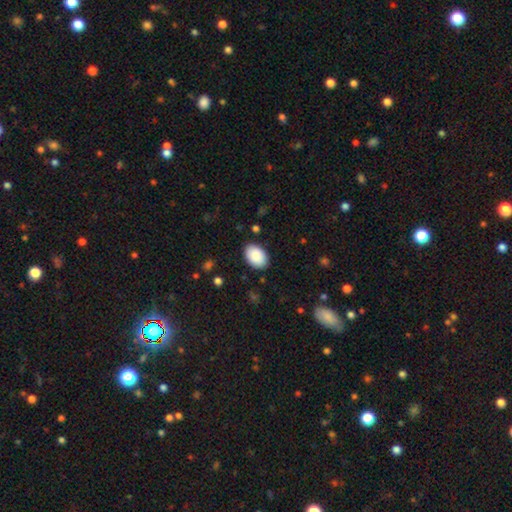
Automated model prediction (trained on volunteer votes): Morphology: type=smooth (90%); roundness=in between (87%); merging=none (88%).